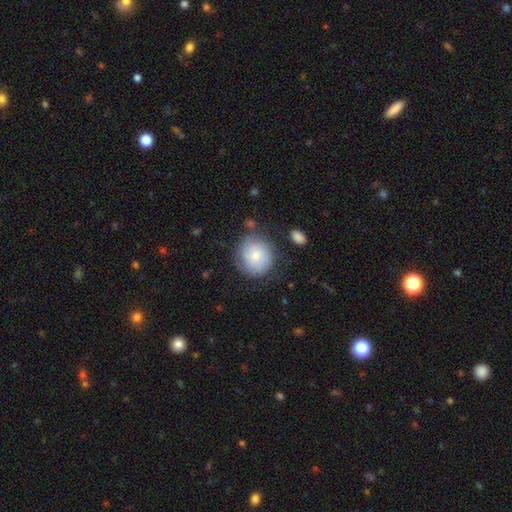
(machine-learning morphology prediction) type=smooth (70%); roundness=round (86%); merging=none (70%).